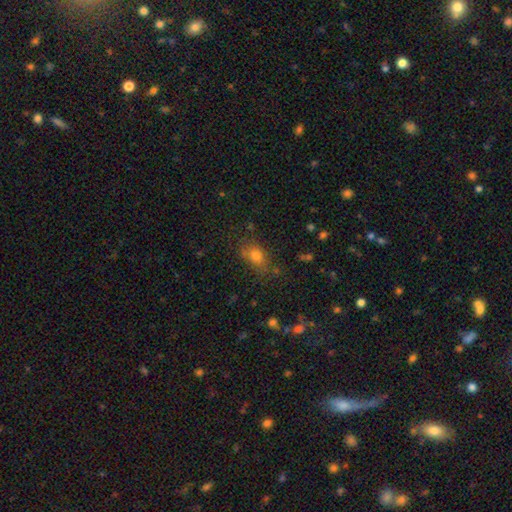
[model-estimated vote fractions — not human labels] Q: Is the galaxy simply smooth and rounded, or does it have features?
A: smooth — 73%.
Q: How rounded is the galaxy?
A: in between — 64%.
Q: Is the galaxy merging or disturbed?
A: none — 69%.